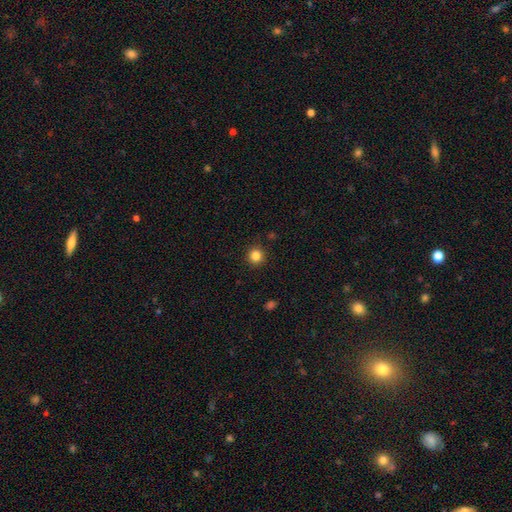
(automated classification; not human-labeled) smooth-or-featured: smooth: 84% | star or artifact: 12% | featured or disk: 4%
  how-rounded: round: 93% | in between: 6% | cigar-shaped: 1%
  merging: none: 92% | minor disturbance: 5% | major disturbance: 2% | merger: 1%